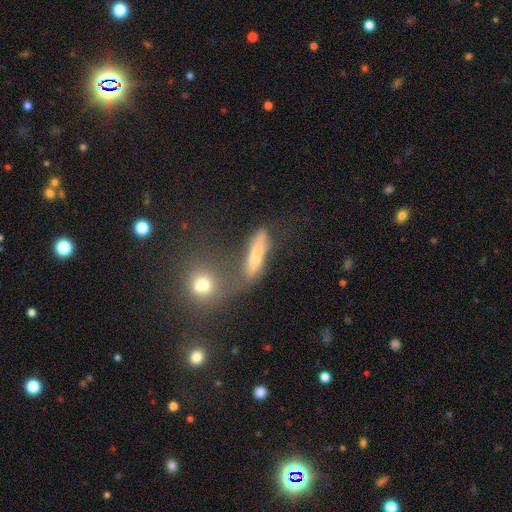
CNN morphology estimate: Smooth or featured? Predicted: smooth (p=0.65). How rounded? Predicted: cigar-shaped (p=0.58). Merging? Predicted: none (p=0.45).